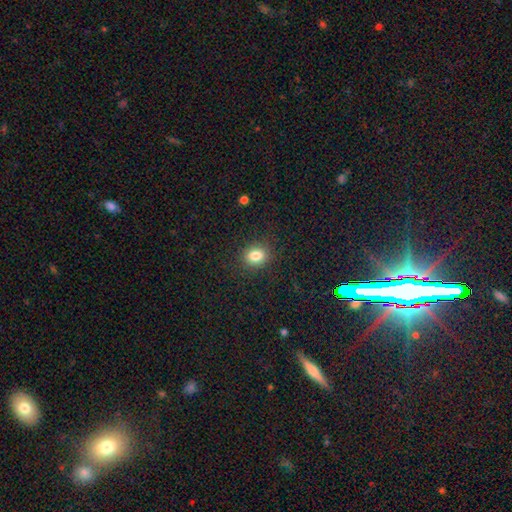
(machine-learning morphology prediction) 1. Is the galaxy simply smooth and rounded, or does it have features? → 83% smooth, 11% star or artifact, 6% featured or disk.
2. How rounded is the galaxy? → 52% round, 47% in between, 1% cigar-shaped.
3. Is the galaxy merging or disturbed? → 87% none, 9% minor disturbance, 3% major disturbance, 1% merger.